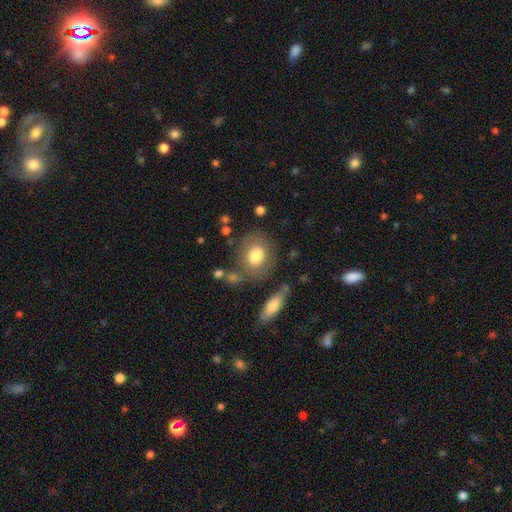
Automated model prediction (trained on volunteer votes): Morphology: type=smooth (79%); roundness=round (61%); merging=none (69%).